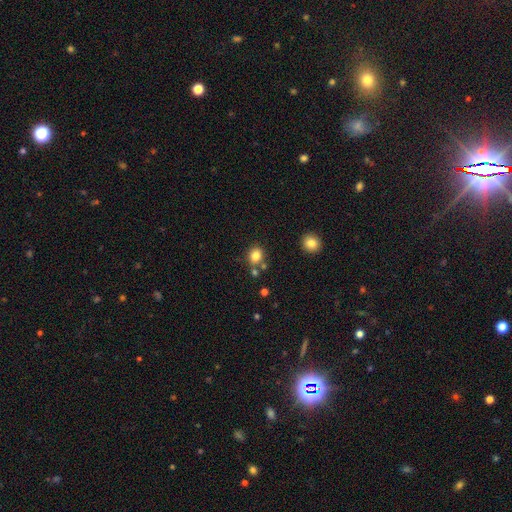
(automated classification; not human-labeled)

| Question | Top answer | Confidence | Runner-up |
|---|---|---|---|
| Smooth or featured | smooth | 83% | star or artifact (11%) |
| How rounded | round | 69% | in between (30%) |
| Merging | none | 72% | merger (13%) |